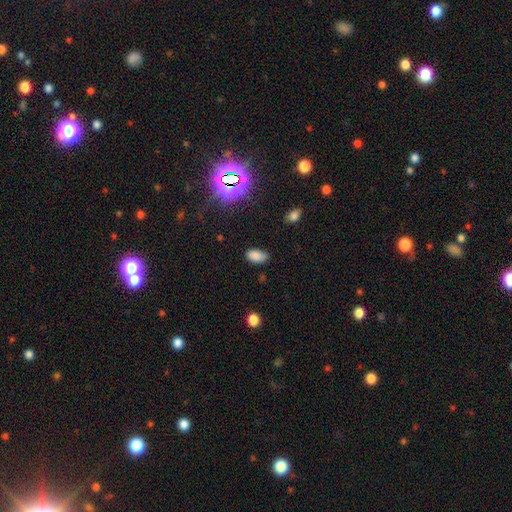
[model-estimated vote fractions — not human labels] smooth_or_featured: smooth (p=0.82) [alt: star or artifact p=0.13]
how_rounded: in between (p=0.94) [alt: round p=0.04]
merging: none (p=0.73) [alt: minor disturbance p=0.22]